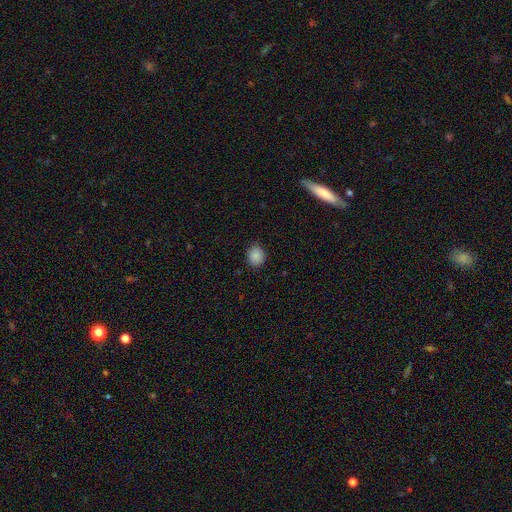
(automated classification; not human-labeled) smooth 88%, star or artifact 9%, featured or disk 3%. Down the decision tree: how rounded — round (76%); merging — none (87%).